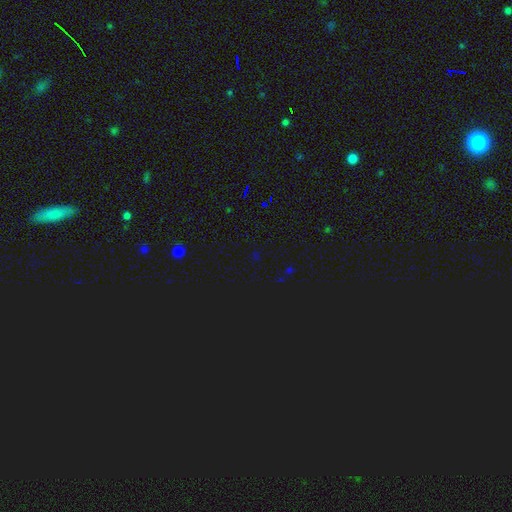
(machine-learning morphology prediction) smooth-or-featured: star or artifact: 74% | smooth: 19% | featured or disk: 7%